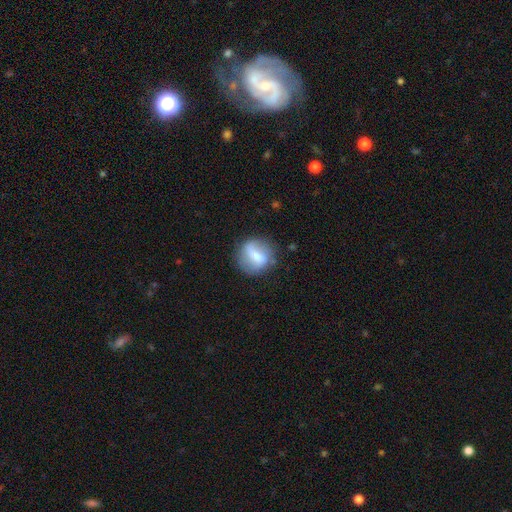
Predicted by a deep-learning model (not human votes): smooth-or-featured: smooth: 50% | featured or disk: 42% | star or artifact: 8%
  merging: none: 73% | minor disturbance: 18% | major disturbance: 7% | merger: 2%